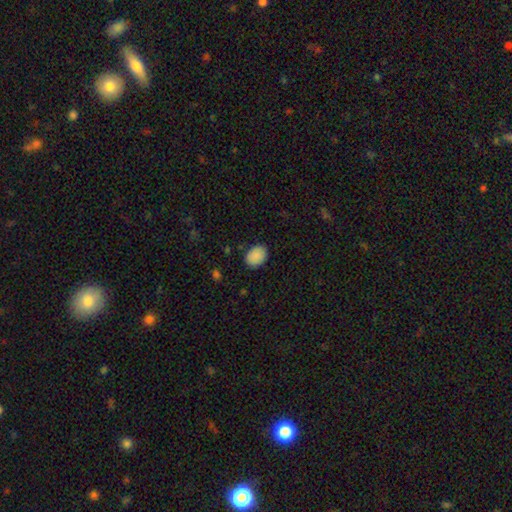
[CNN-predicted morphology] Smooth or featured?
  - smooth: 90% *
  - star or artifact: 7%
  - featured or disk: 3%
How rounded?
  - in between: 67% *
  - round: 32%
  - cigar-shaped: 1%
Merging?
  - none: 86% *
  - minor disturbance: 11%
  - major disturbance: 2%
  - merger: 1%